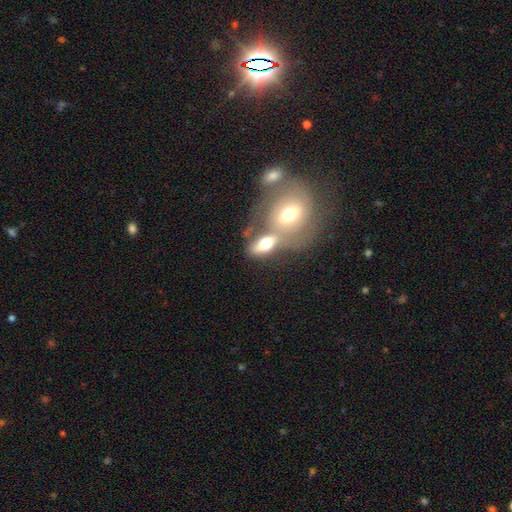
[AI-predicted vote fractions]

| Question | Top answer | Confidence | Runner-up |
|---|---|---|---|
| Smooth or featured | smooth | 57% | featured or disk (33%) |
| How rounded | in between | 74% | round (19%) |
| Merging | merger | 53% | none (29%) |